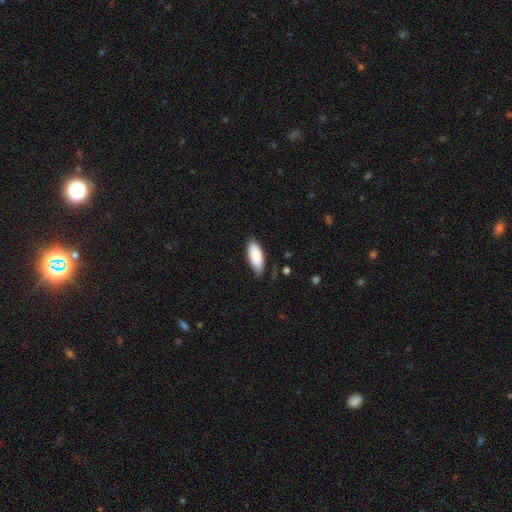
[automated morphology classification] Smooth or featured? Predicted: smooth (p=0.86). How rounded? Predicted: in between (p=0.86). Merging? Predicted: none (p=0.67).